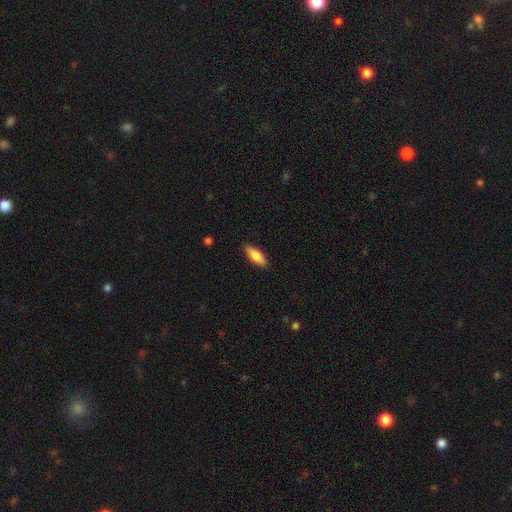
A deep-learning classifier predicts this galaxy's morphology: The model was most divided on "how rounded": in between: 68%, cigar-shaped: 30%, round: 2%. More confident: merging — none (89%); smooth or featured — smooth (79%).